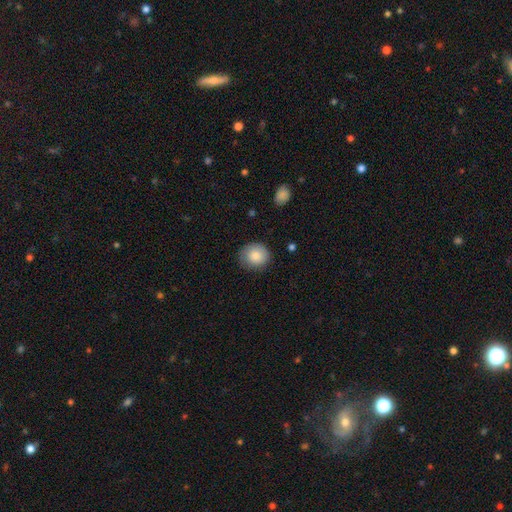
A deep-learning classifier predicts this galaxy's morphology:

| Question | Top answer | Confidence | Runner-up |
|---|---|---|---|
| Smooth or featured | smooth | 80% | featured or disk (12%) |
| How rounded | round | 78% | in between (21%) |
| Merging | none | 77% | minor disturbance (18%) |